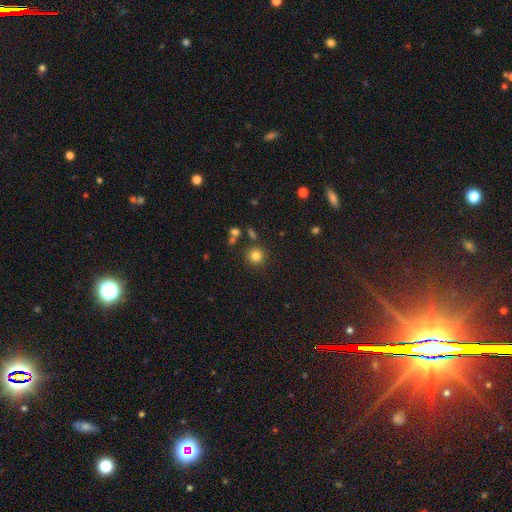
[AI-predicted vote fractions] smooth 82%, star or artifact 13%, featured or disk 5%. Down the decision tree: how rounded — round (93%); merging — none (85%).